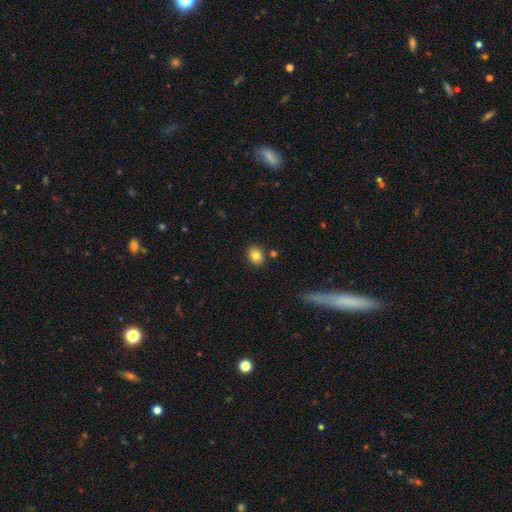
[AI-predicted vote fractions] This appears to be a smooth galaxy with no disk features (81%) that is round (63%). Merging: none (83%).